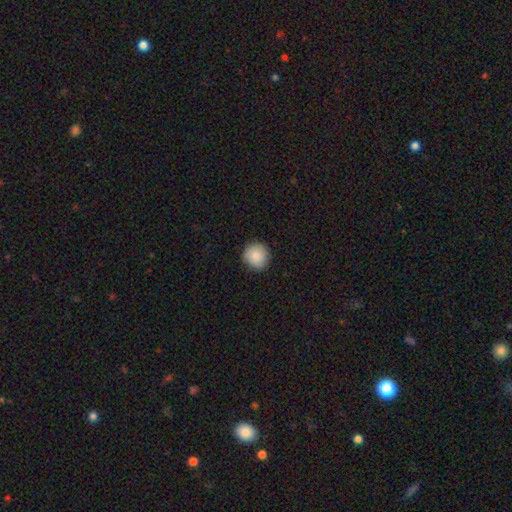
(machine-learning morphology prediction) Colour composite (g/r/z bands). It shows a smooth galaxy with no disk features (87%) that is round (93%). Merging: none (87%).